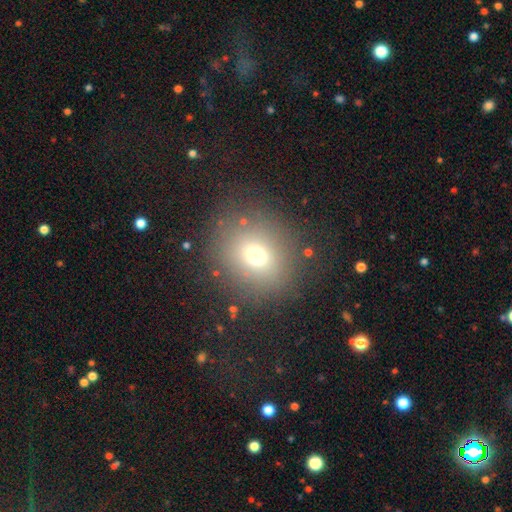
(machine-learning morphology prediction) type=smooth (68%); roundness=round (80%); merging=none (82%).